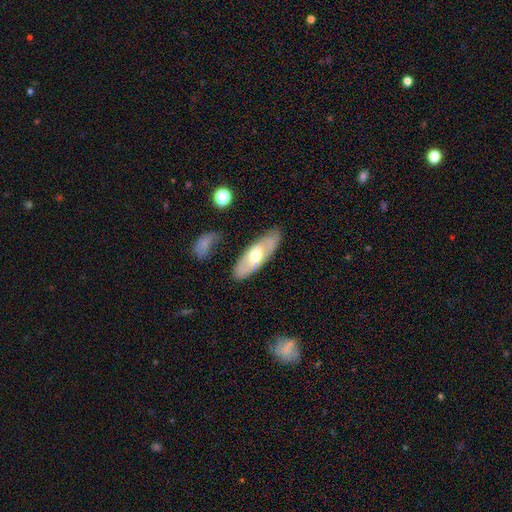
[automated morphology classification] Smooth or featured? Predicted: featured or disk (p=0.50). Edge-on disk? Predicted: no (p=0.73). Merging? Predicted: none (p=0.81).